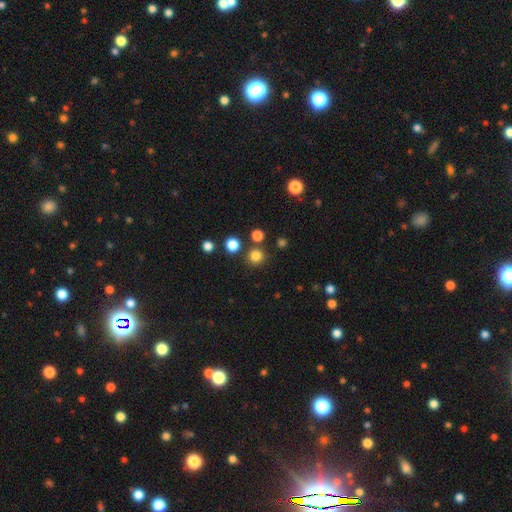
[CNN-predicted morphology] This is clearly a smooth galaxy (80%). How rounded: clearly round (94%). Merging: clearly none (84%).